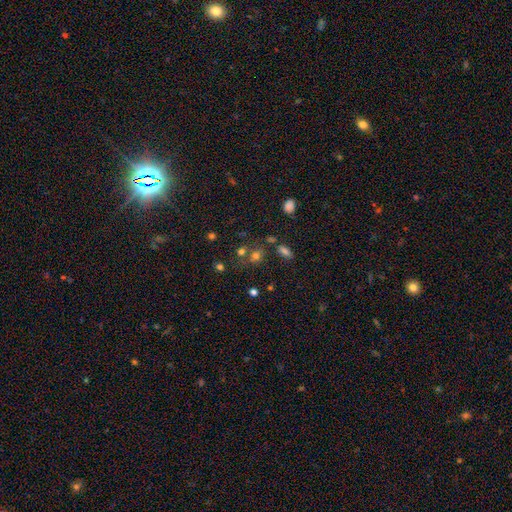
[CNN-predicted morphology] smooth_or_featured: smooth (p=0.61) [alt: star or artifact p=0.27]
how_rounded: round (p=0.68) [alt: in between p=0.30]
merging: none (p=0.57) [alt: merger p=0.24]